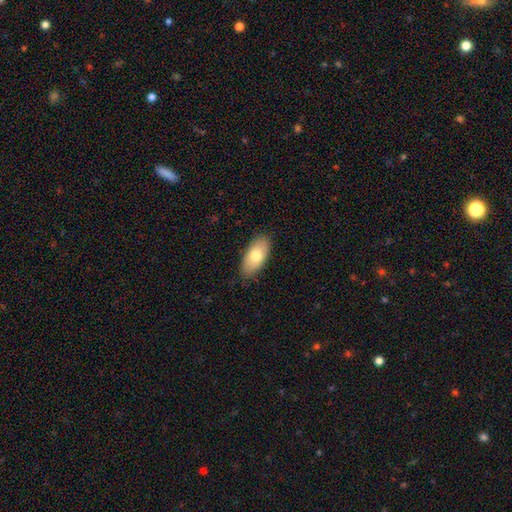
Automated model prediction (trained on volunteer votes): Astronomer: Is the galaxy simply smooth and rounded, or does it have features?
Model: smooth — 72%.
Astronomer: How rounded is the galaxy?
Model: in between — 91%.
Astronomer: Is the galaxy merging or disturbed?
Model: none — 84%.